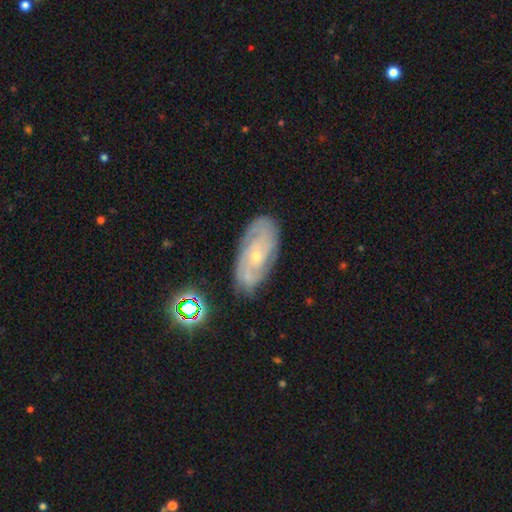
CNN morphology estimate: The model was most divided on "spiral arm count": can't tell: 40%, 2: 26%, 3: 17%, 4: 9%, more than 4: 4%, 1: 4%. More confident: edge-on disk — no (93%); spiral arms — yes (91%); merging — none (76%); smooth or featured — featured or disk (76%); bulge size — small (74%); bar — no (74%); spiral winding — tight (64%).